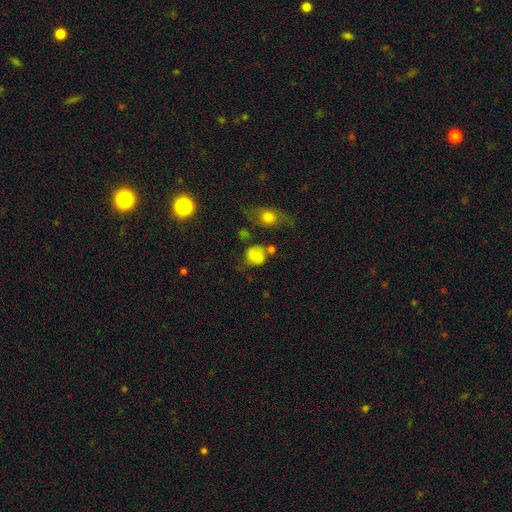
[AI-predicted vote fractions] A smooth galaxy with no disk features (70%) that is round (77%). Merging: none (56%).